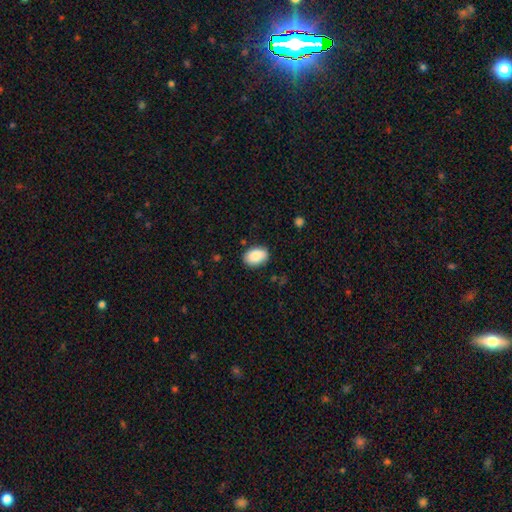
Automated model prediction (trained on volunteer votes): Smooth or featured?
  - smooth: 89% *
  - star or artifact: 7%
  - featured or disk: 5%
How rounded?
  - in between: 86% *
  - round: 13%
  - cigar-shaped: 1%
Merging?
  - none: 85% *
  - minor disturbance: 12%
  - major disturbance: 2%
  - merger: 1%